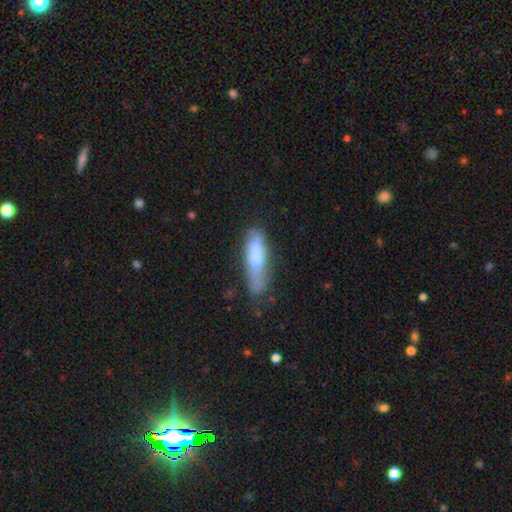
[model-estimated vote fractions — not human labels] This is likely a smooth galaxy (69%). How rounded: likely cigar-shaped (68%). Merging: possibly none (51%).